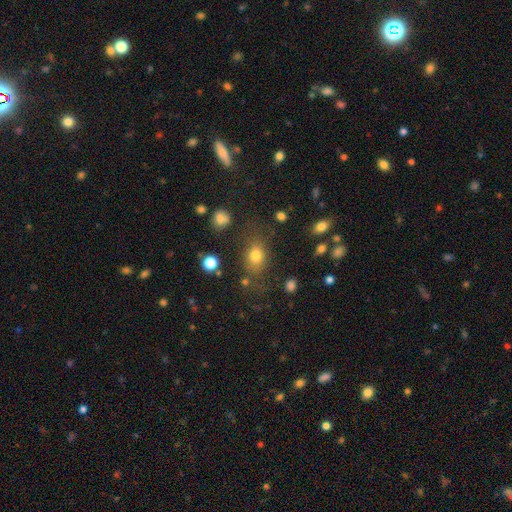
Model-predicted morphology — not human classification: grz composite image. It shows a smooth galaxy with no disk features (75%) that is in between round and cigar-shaped (68%). Merging: none (69%).